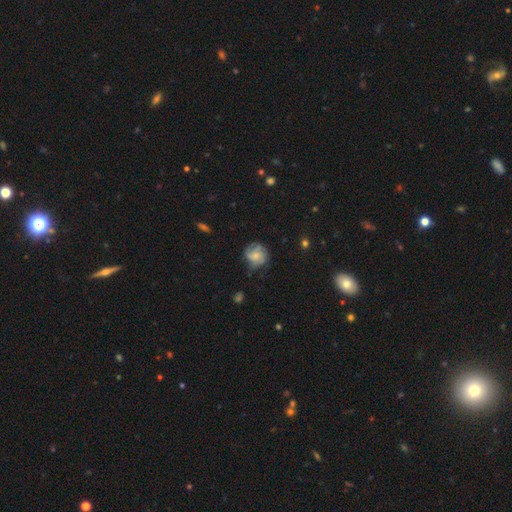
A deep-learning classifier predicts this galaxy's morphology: A featured or disk galaxy (51%). Merging: none (59%).